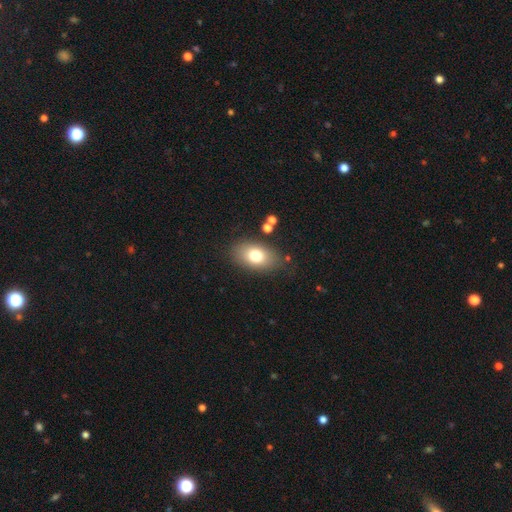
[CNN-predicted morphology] Overall: smooth (76%). How rounded: in between (86%). Merging: none (80%).